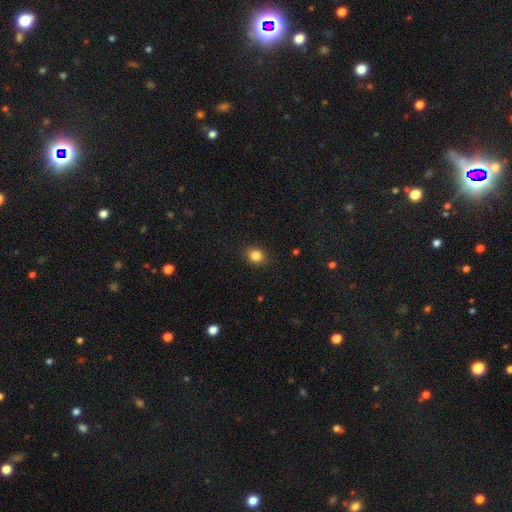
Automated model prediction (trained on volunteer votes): The model was most divided on "how rounded": round: 71%, in between: 28%, cigar-shaped: 1%. More confident: merging — none (89%); smooth or featured — smooth (84%).